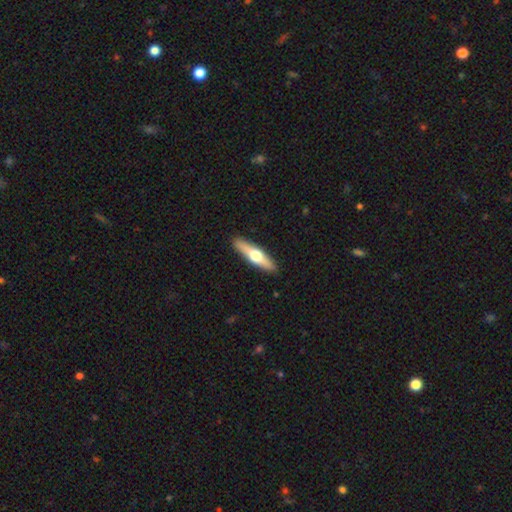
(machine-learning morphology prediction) type=featured or disk (55%); edge-on=yes (93%); edge-on bulge=rounded (95%); merging=none (91%).